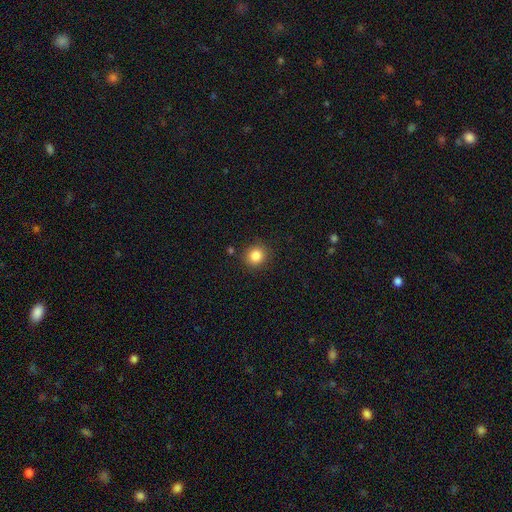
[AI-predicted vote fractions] A smooth galaxy with no disk features (85%) that is round (89%).

Vote fractions:
- Smooth or featured? smooth: 85% / star or artifact: 10% / featured or disk: 4%
- How rounded? round: 89% / in between: 11% / cigar-shaped: 1%
- Merging? none: 87% / minor disturbance: 8% / major disturbance: 3% / merger: 2%